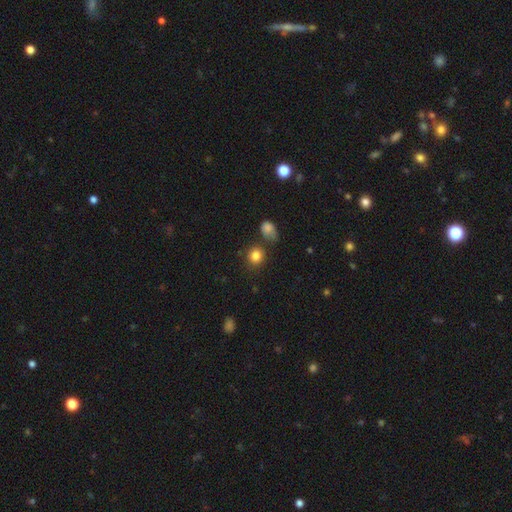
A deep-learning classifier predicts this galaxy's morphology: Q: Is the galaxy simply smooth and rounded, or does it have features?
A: smooth — 84%.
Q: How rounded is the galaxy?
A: round — 84%.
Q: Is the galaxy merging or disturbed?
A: none — 75%.